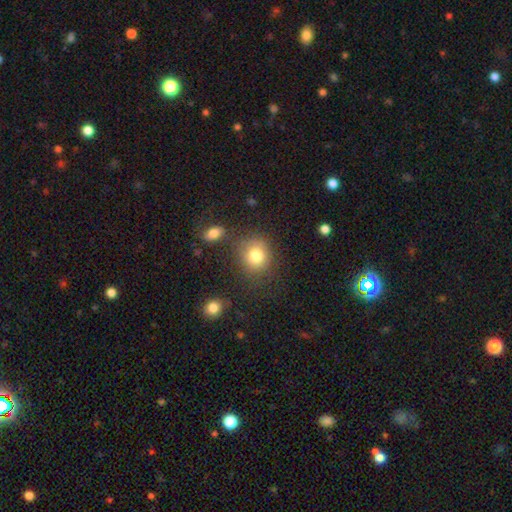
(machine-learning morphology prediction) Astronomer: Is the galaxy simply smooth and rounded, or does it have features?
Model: smooth — 81%.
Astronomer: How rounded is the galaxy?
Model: round — 78%.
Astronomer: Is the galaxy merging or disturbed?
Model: none — 76%.